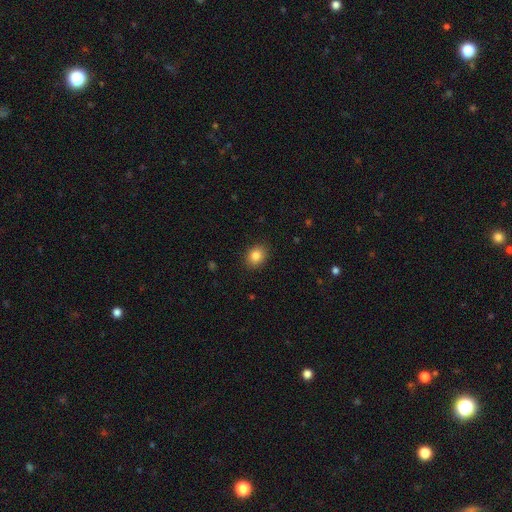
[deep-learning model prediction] smooth-or-featured: smooth: 84% | star or artifact: 10% | featured or disk: 6%
  how-rounded: round: 53% | in between: 46% | cigar-shaped: 1%
  merging: none: 89% | minor disturbance: 8% | major disturbance: 2% | merger: 1%